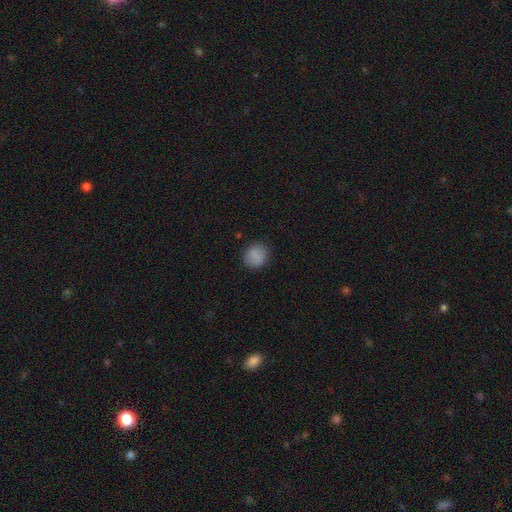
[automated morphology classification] Smooth or featured? Predicted: smooth (p=0.86). How rounded? Predicted: round (p=0.83). Merging? Predicted: none (p=0.88).